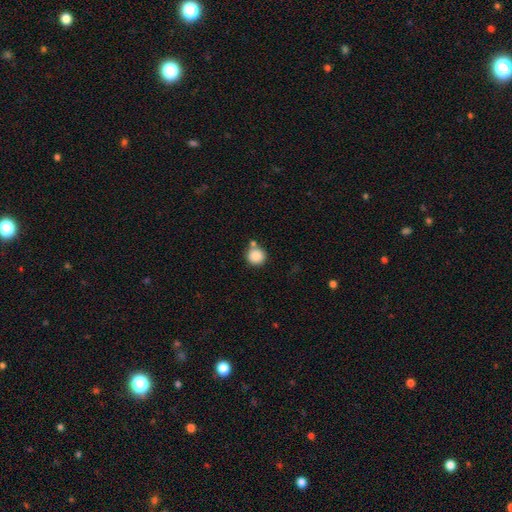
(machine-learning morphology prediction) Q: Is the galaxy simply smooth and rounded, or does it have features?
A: smooth — 87%.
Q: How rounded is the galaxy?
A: round — 94%.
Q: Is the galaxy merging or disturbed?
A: none — 70%.